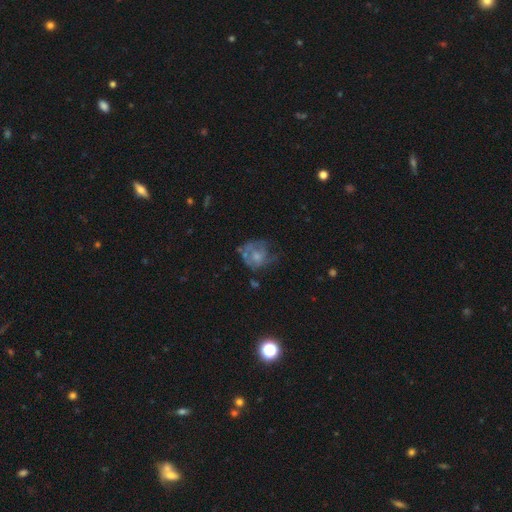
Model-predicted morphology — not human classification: smooth_or_featured: featured or disk (p=0.52) [alt: smooth p=0.37]
disk_edge_on: no (p=0.98) [alt: yes p=0.02]
bar: no (p=0.80) [alt: weak p=0.17]
has_spiral_arms: no (p=0.56) [alt: yes p=0.44]
bulge_size: moderate (p=0.35) [alt: small p=0.33]
merging: none (p=0.41) [alt: major disturbance p=0.29]